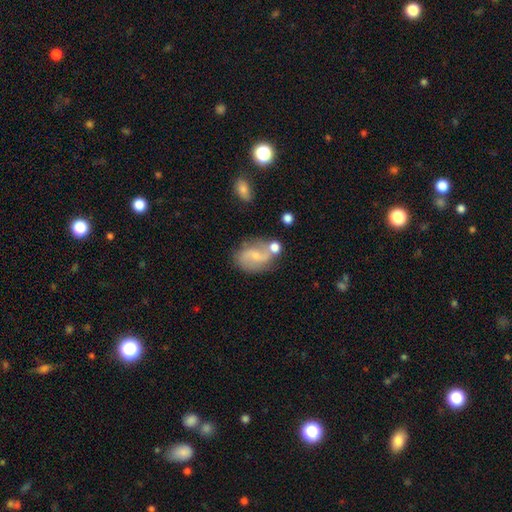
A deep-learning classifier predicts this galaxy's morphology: featured or disk 68%, smooth 23%, star or artifact 8%. Down the decision tree: edge-on disk — no (97%); bar — weak (44%); spiral arms — yes (90%); spiral arm count — 2 (89%); spiral winding — loose (52%); bulge size — small (64%); merging — none (62%).